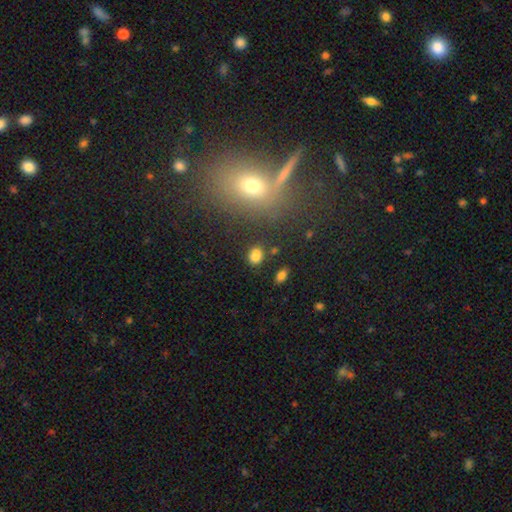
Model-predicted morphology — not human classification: Overall: smooth (80%). How rounded: in between (57%; round 41%). Merging: none (69%).